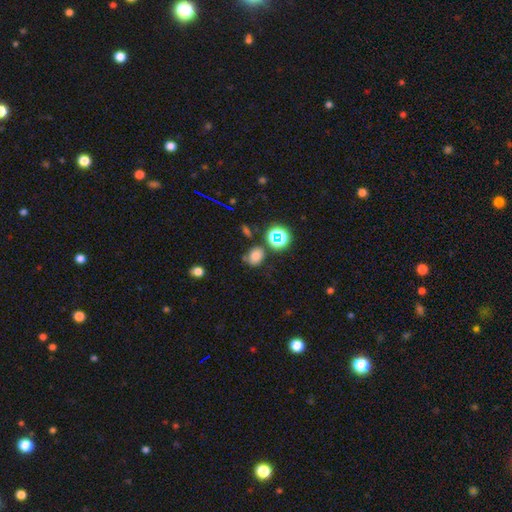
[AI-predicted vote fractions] This appears to be a smooth galaxy with no disk features (71%) that is round (58%). Merging: none (64%).